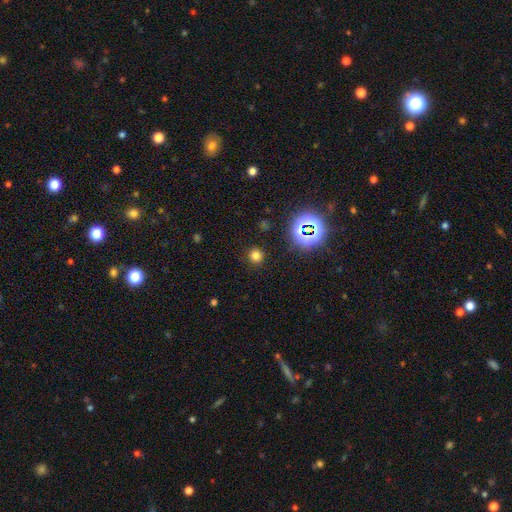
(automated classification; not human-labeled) smooth 72%, star or artifact 23%, featured or disk 5%. Down the decision tree: how rounded — round (92%); merging — none (89%).